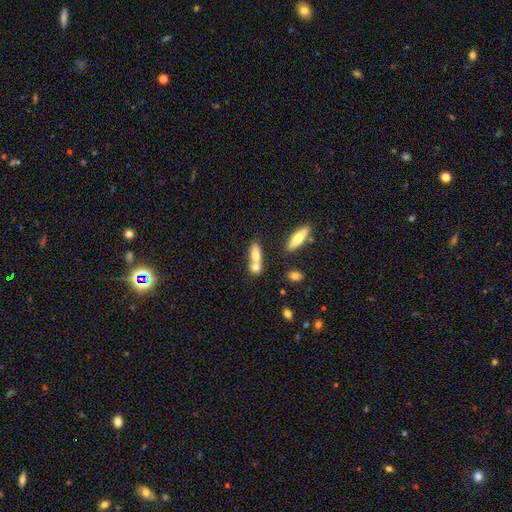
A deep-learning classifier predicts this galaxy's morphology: The model was most divided on "merging": merger: 51%, none: 35%, minor disturbance: 10%, major disturbance: 4%. More confident: smooth or featured — smooth (69%); how rounded — in between (58%).